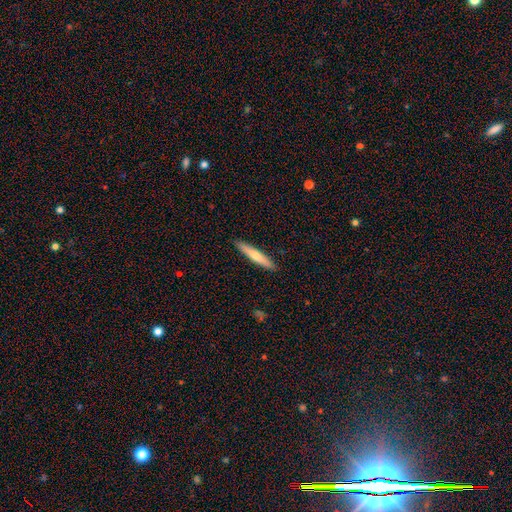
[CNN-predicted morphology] smooth-or-featured: smooth: 62% | featured or disk: 33% | star or artifact: 5%
  how-rounded: cigar-shaped: 93% | in between: 6% | round: 1%
  merging: none: 91% | minor disturbance: 7% | major disturbance: 1% | merger: 1%